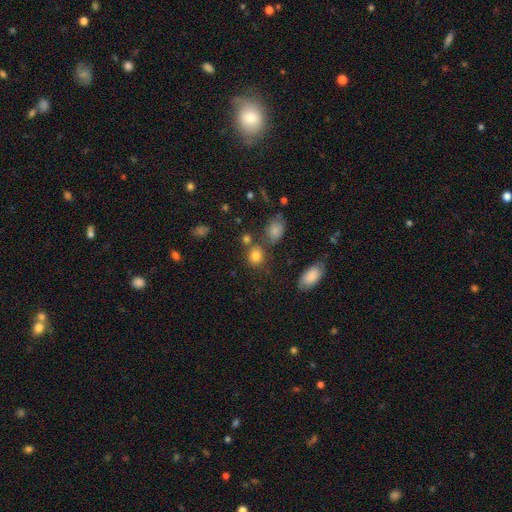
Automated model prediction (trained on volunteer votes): Smooth or featured?
  - smooth: 82% *
  - star or artifact: 12%
  - featured or disk: 6%
How rounded?
  - round: 76% *
  - in between: 23%
  - cigar-shaped: 1%
Merging?
  - none: 72% *
  - merger: 12%
  - minor disturbance: 11%
  - major disturbance: 4%